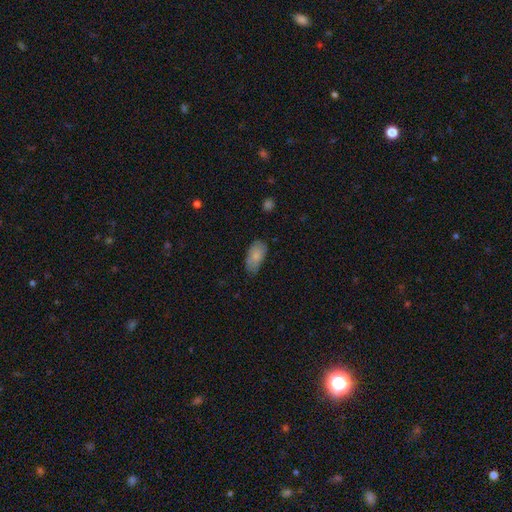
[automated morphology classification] This is likely a smooth galaxy (79%). How rounded: clearly in between (93%). Merging: likely none (67%).